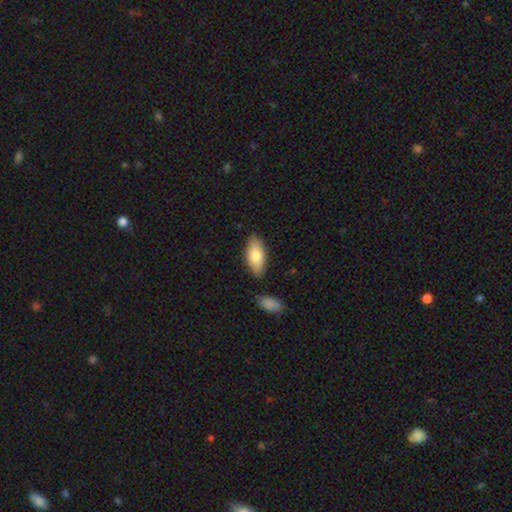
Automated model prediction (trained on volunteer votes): smooth_or_featured: smooth (p=0.79) [alt: featured or disk p=0.16]
how_rounded: in between (p=0.87) [alt: cigar-shaped p=0.10]
merging: none (p=0.81) [alt: minor disturbance p=0.12]